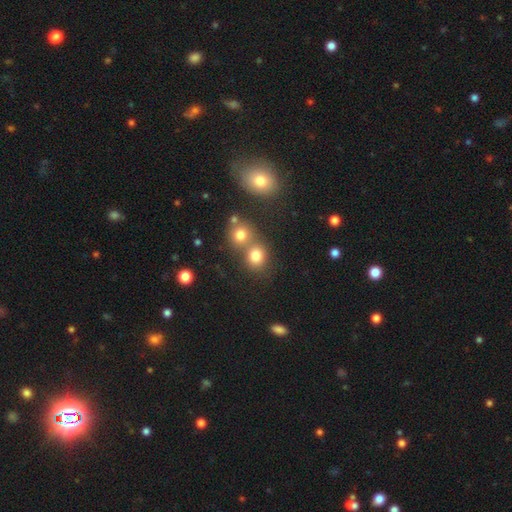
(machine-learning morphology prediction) A smooth galaxy with no disk features (78%) that is round (76%).

Vote fractions:
- Smooth or featured? smooth: 78% / star or artifact: 14% / featured or disk: 8%
- How rounded? round: 76% / in between: 23% / cigar-shaped: 1%
- Merging? none: 50% / merger: 38% / minor disturbance: 9% / major disturbance: 4%